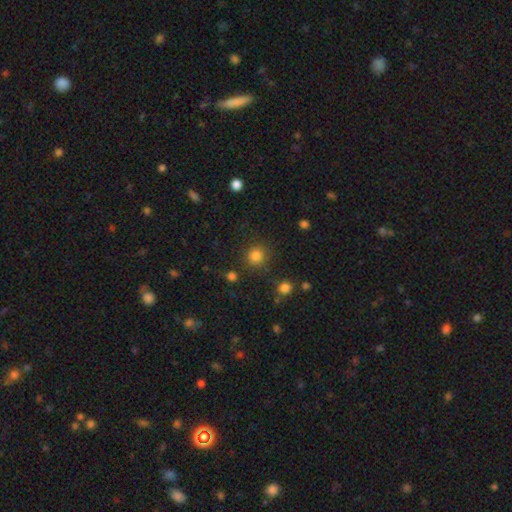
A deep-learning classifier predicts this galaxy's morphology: A smooth galaxy with no disk features (82%) that is round (92%).

Vote fractions:
- Smooth or featured? smooth: 82% / star or artifact: 14% / featured or disk: 4%
- How rounded? round: 92% / in between: 7% / cigar-shaped: 1%
- Merging? none: 85% / minor disturbance: 8% / merger: 4% / major disturbance: 3%